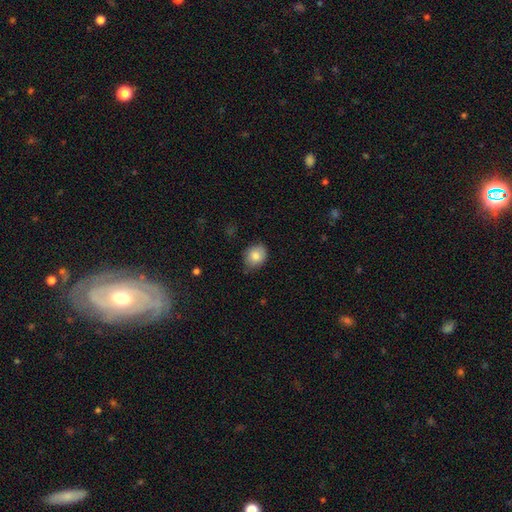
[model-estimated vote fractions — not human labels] Smooth or featured?
  - smooth: 83% *
  - featured or disk: 9%
  - star or artifact: 8%
How rounded?
  - round: 50% *
  - in between: 49%
  - cigar-shaped: 1%
Merging?
  - none: 73% *
  - minor disturbance: 22%
  - major disturbance: 3%
  - merger: 1%